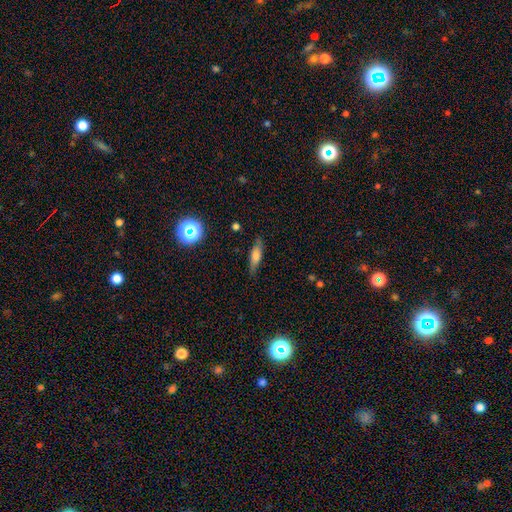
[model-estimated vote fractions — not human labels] A smooth galaxy with no disk features (59%) that is cigar-shaped (60%).

Vote fractions:
- Smooth or featured? smooth: 59% / featured or disk: 31% / star or artifact: 10%
- How rounded? cigar-shaped: 60% / in between: 35% / round: 4%
- Merging? none: 81% / minor disturbance: 14% / major disturbance: 3% / merger: 1%